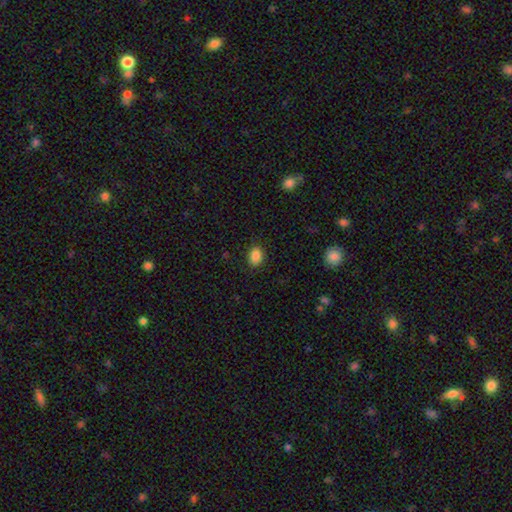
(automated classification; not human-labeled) A smooth galaxy with no disk features (86%) that is in between round and cigar-shaped (67%). Merging: none (87%).